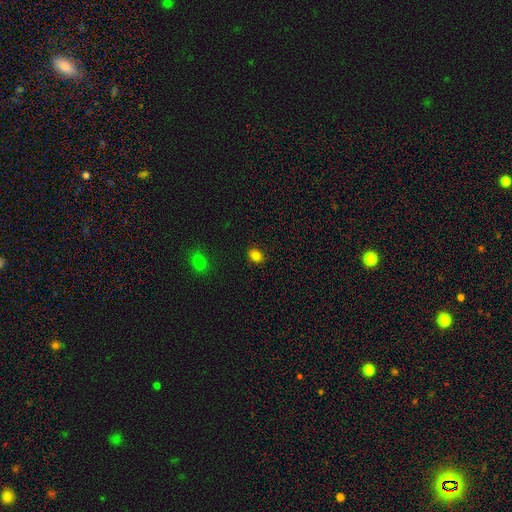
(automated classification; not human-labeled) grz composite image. It shows a smooth galaxy with no disk features (82%) that is in between round and cigar-shaped (57%). Merging: none (88%).